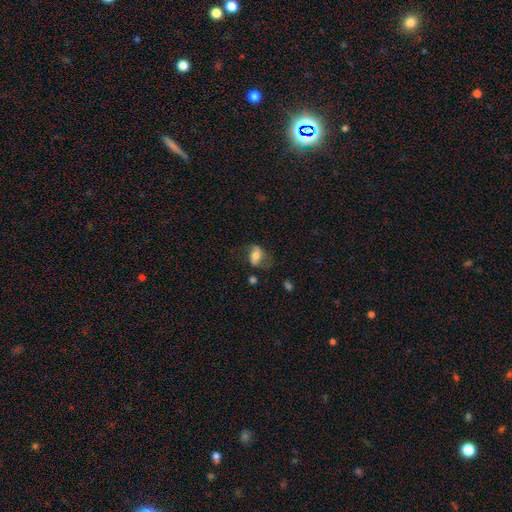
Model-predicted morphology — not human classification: Overall: smooth (46%; featured or disk 45%). Merging: none (55%; minor disturbance 24%).